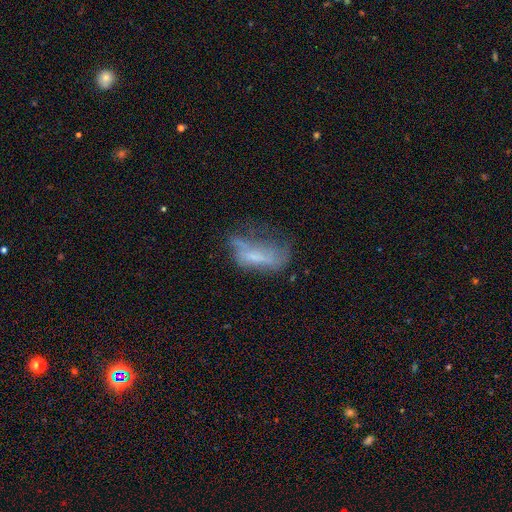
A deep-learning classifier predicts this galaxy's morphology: type=smooth (44%); merging=major disturbance (39%).